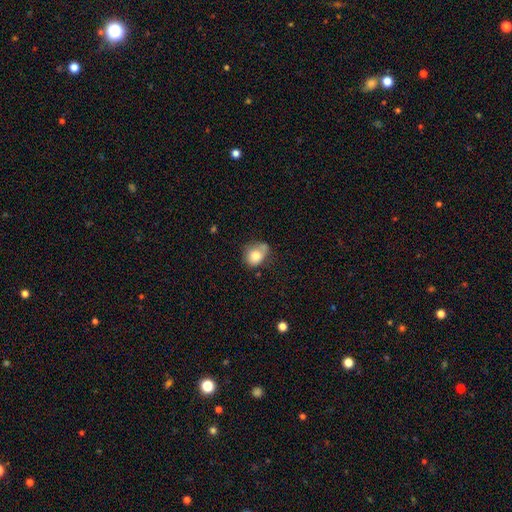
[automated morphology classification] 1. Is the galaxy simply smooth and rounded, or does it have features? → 77% smooth, 14% featured or disk, 9% star or artifact.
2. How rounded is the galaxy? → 58% round, 41% in between, 1% cigar-shaped.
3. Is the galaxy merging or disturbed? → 42% none, 35% minor disturbance, 14% major disturbance, 10% merger.